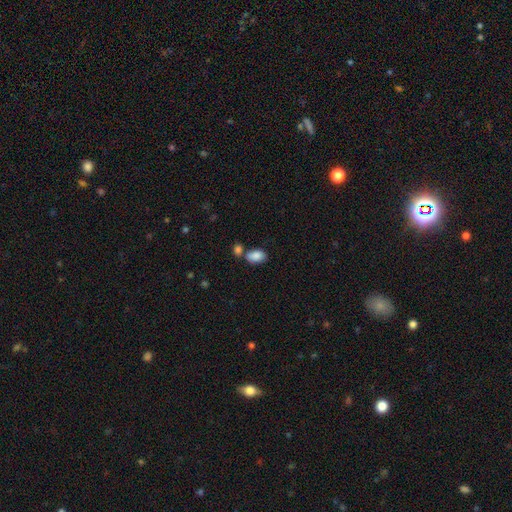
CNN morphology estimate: smooth_or_featured: smooth (p=0.87) [alt: star or artifact p=0.08]
how_rounded: in between (p=0.90) [alt: round p=0.09]
merging: none (p=0.57) [alt: merger p=0.25]